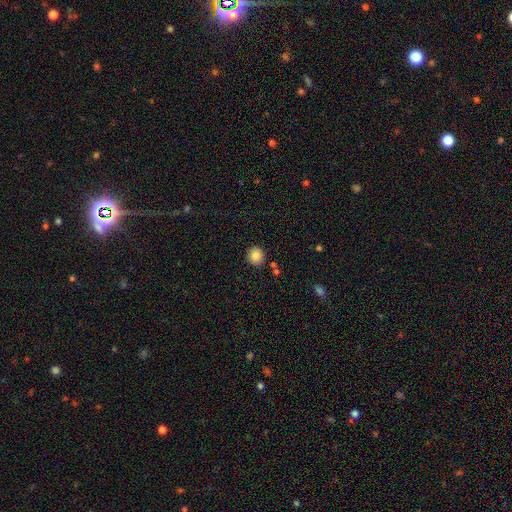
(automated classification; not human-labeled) Smooth or featured? Predicted: smooth (p=0.86). How rounded? Predicted: round (p=0.86). Merging? Predicted: none (p=0.86).